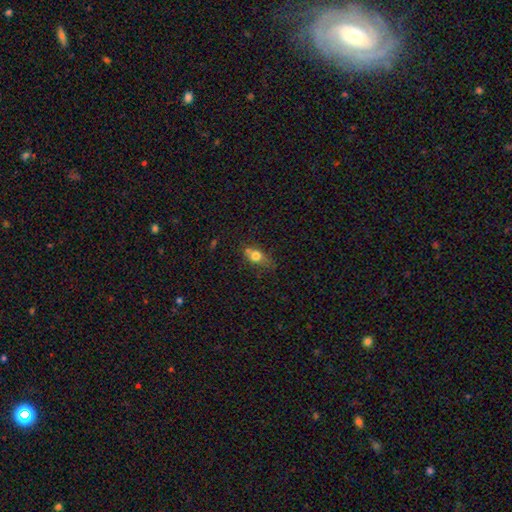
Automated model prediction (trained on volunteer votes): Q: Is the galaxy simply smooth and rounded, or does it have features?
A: smooth — 72%.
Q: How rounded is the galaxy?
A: in between — 56%.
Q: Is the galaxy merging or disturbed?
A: none — 50%.